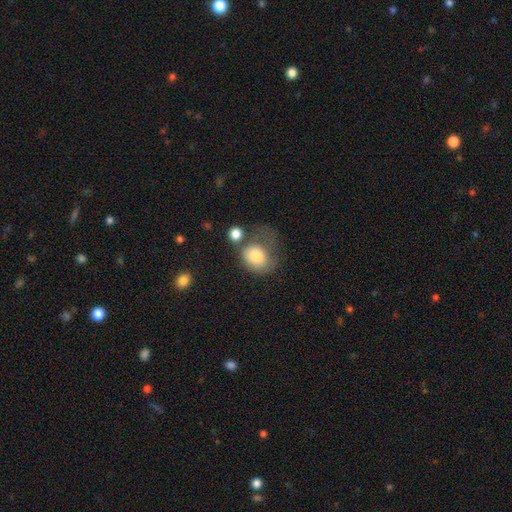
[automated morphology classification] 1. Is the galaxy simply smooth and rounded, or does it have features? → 79% smooth, 12% featured or disk, 8% star or artifact.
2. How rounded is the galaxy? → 56% round, 43% in between, 1% cigar-shaped.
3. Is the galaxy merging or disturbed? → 39% major disturbance, 26% none, 25% minor disturbance, 11% merger.